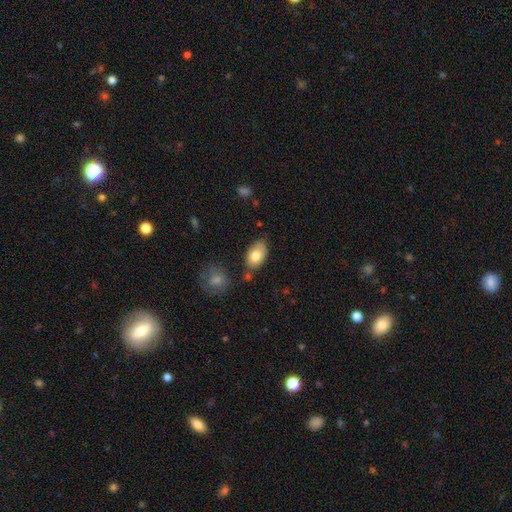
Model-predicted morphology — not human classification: Overall: smooth (78%). How rounded: in between (92%). Merging: none (75%).